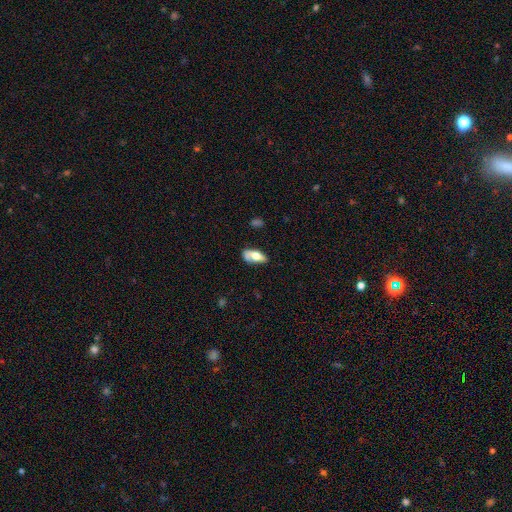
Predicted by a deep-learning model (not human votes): A smooth galaxy with no disk features (61%) that is in between round and cigar-shaped (87%).

Vote fractions:
- Smooth or featured? smooth: 61% / featured or disk: 33% / star or artifact: 6%
- How rounded? in between: 87% / cigar-shaped: 9% / round: 4%
- Merging? none: 47% / minor disturbance: 31% / major disturbance: 15% / merger: 7%